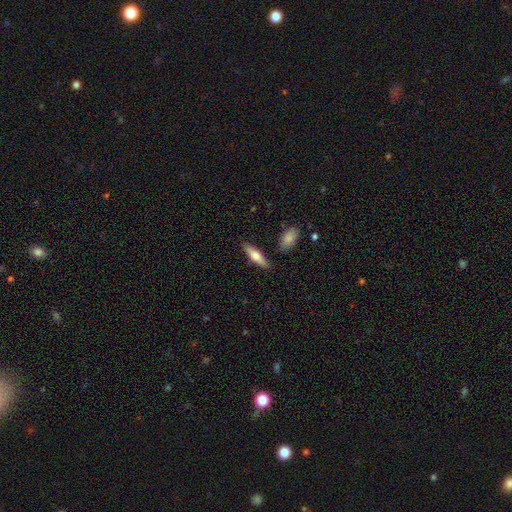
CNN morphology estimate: smooth_or_featured: smooth (p=0.57) [alt: featured or disk p=0.37]
how_rounded: cigar-shaped (p=0.64) [alt: in between p=0.33]
merging: none (p=0.85) [alt: minor disturbance p=0.09]